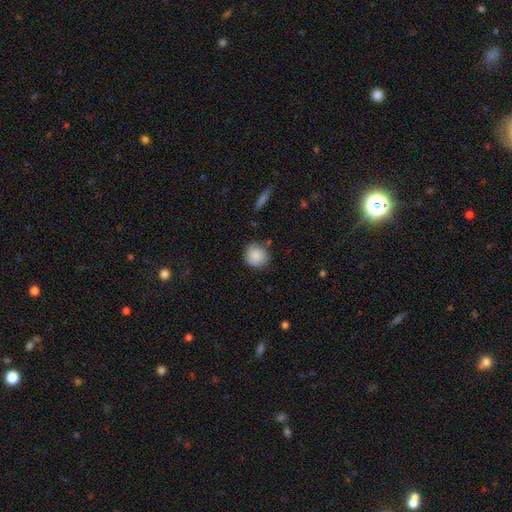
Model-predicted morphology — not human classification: Overall: smooth (86%). How rounded: round (86%). Merging: none (78%).